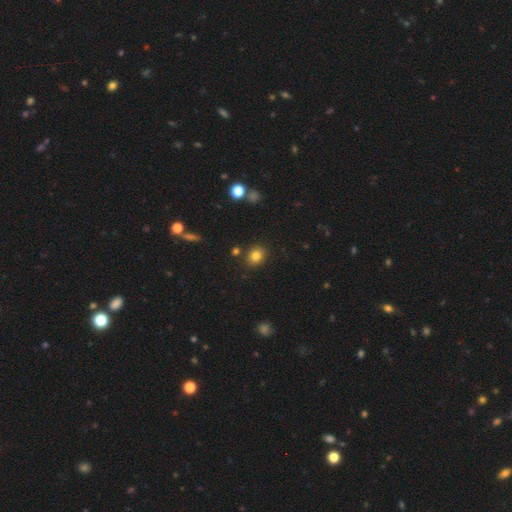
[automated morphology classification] Overall: smooth (81%). How rounded: round (69%; in between 30%). Merging: none (85%).